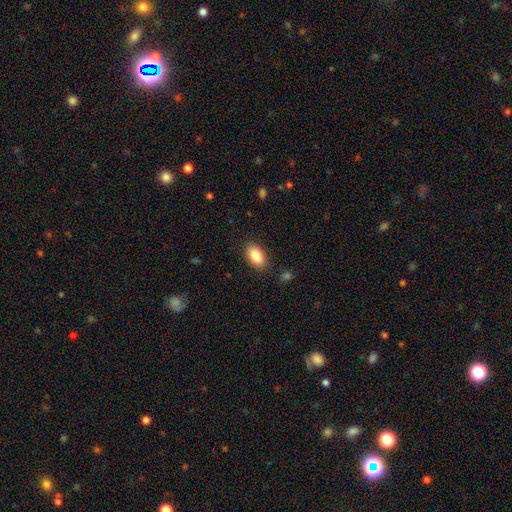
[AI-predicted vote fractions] Q: Smooth or featured?
A: smooth (88%); runner-up: star or artifact (7%)
Q: How rounded?
A: in between (93%); runner-up: round (5%)
Q: Merging?
A: none (86%); runner-up: minor disturbance (10%)